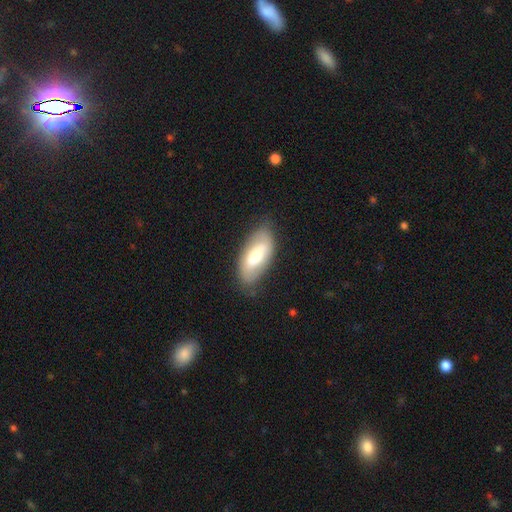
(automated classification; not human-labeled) Q: Smooth or featured?
A: smooth (56%); runner-up: featured or disk (37%)
Q: How rounded?
A: in between (89%); runner-up: cigar-shaped (9%)
Q: Merging?
A: none (76%); runner-up: minor disturbance (19%)